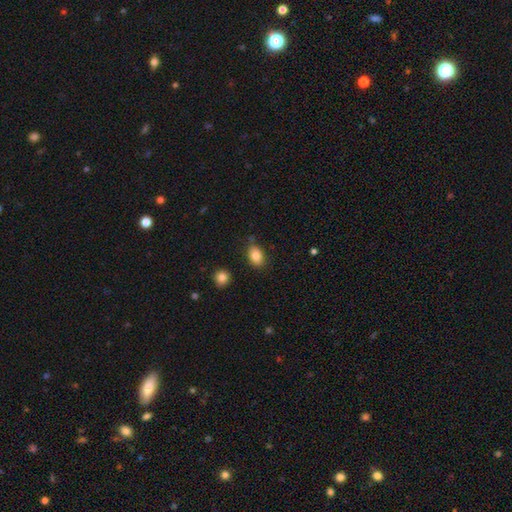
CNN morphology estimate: This appears to be a smooth galaxy with no disk features (84%) that is in between round and cigar-shaped (81%). Merging: none (77%).